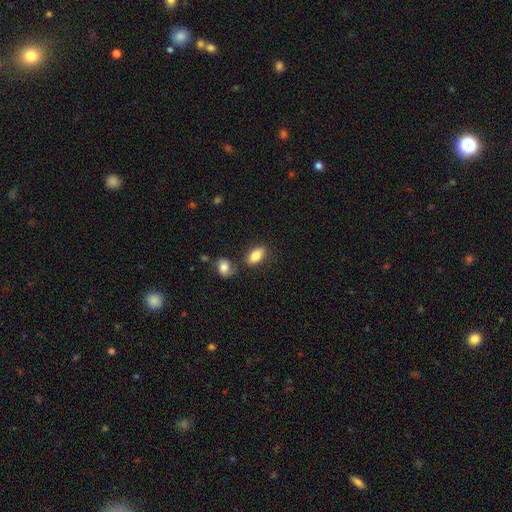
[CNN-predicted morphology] A smooth galaxy with no disk features (84%) that is in between round and cigar-shaped (90%). Merging: none (73%).